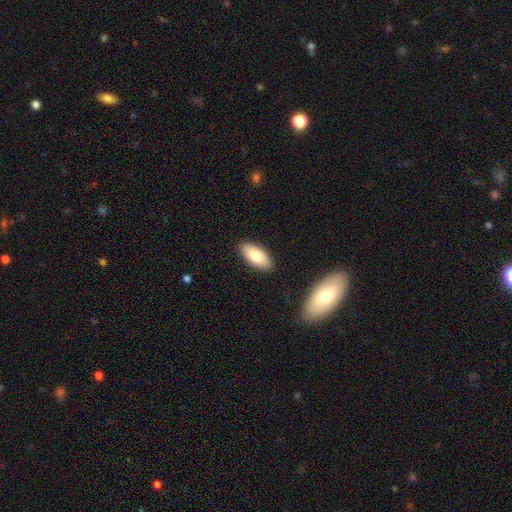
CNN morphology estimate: Smooth or featured: smooth — 80% (featured or disk — 13%)
How rounded: in between — 90% (cigar-shaped — 8%)
Merging: none — 88% (minor disturbance — 9%)